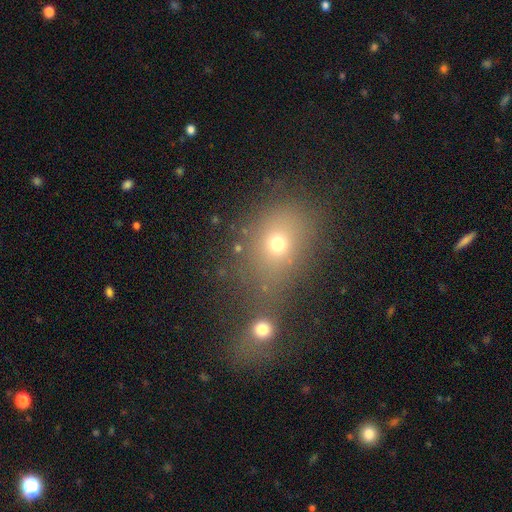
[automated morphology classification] Overall: smooth (54%; star or artifact 32%). How rounded: round (59%; in between 39%). Merging: none (45%; merger 39%).